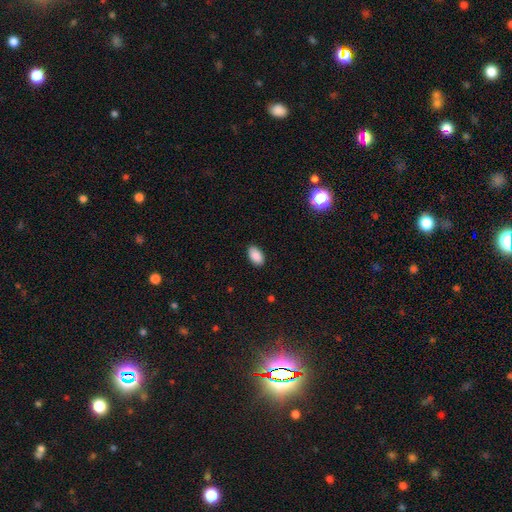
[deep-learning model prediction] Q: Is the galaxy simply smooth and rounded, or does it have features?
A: smooth — 89%.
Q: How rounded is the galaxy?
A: in between — 94%.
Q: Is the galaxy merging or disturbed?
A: none — 89%.